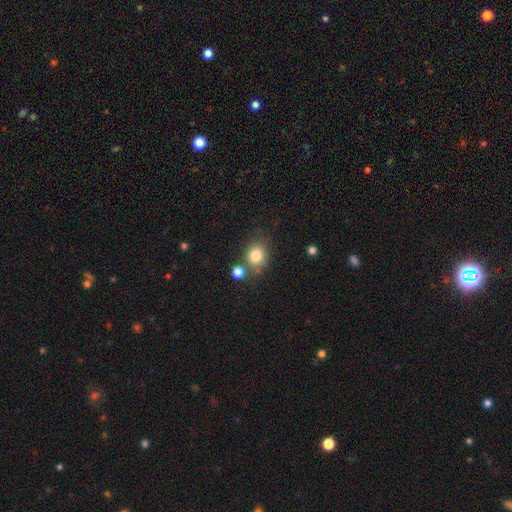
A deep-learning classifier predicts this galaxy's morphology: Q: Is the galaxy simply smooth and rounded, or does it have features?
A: smooth — 82%.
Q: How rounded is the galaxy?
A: round — 69%.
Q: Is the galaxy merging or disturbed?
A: none — 67%.